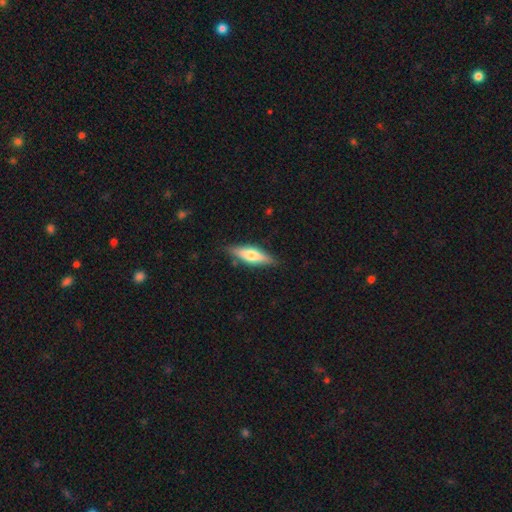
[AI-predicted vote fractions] smooth_or_featured: smooth (p=0.55) [alt: featured or disk p=0.39]
how_rounded: cigar-shaped (p=0.54) [alt: in between p=0.44]
merging: none (p=0.83) [alt: minor disturbance p=0.13]